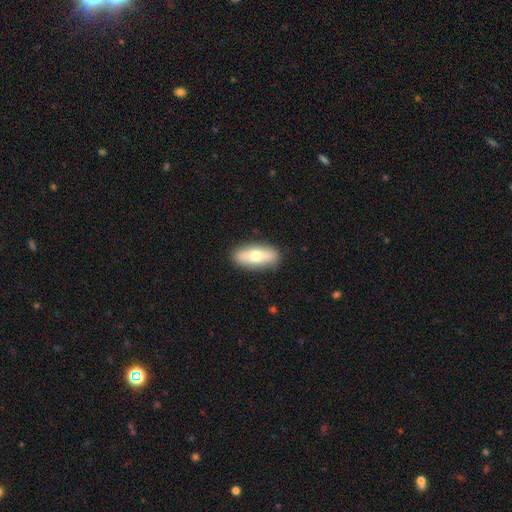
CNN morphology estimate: Smooth or featured? Predicted: smooth (p=0.64). How rounded? Predicted: in between (p=0.79). Merging? Predicted: none (p=0.88).